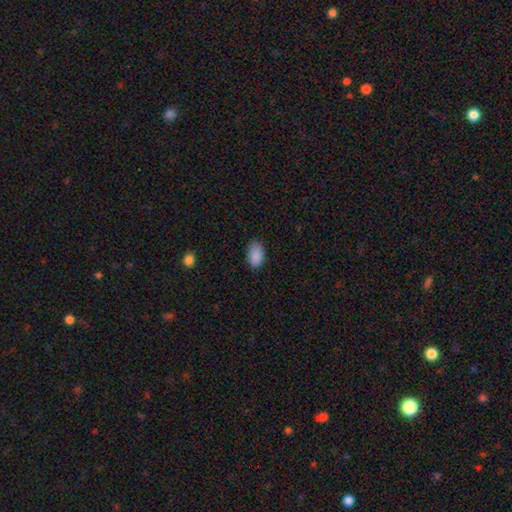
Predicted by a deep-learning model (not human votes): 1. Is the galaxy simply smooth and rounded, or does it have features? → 88% smooth, 8% star or artifact, 3% featured or disk.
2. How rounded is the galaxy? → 90% in between, 8% round, 1% cigar-shaped.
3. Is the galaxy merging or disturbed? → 76% none, 19% minor disturbance, 3% major disturbance, 1% merger.